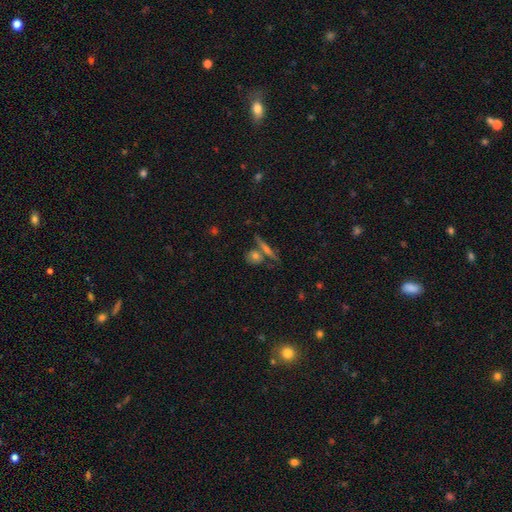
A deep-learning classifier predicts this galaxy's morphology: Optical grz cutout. It shows a smooth galaxy with no disk features (55%) that is round (44%). Merging: none (65%).